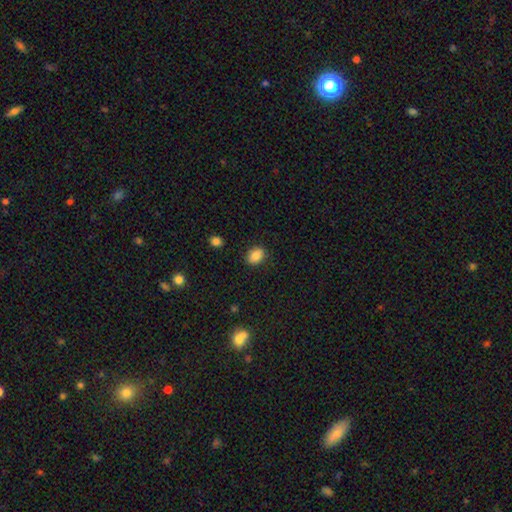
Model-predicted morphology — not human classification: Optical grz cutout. It shows a smooth galaxy with no disk features (85%) that is in between round and cigar-shaped (59%). Merging: none (87%).